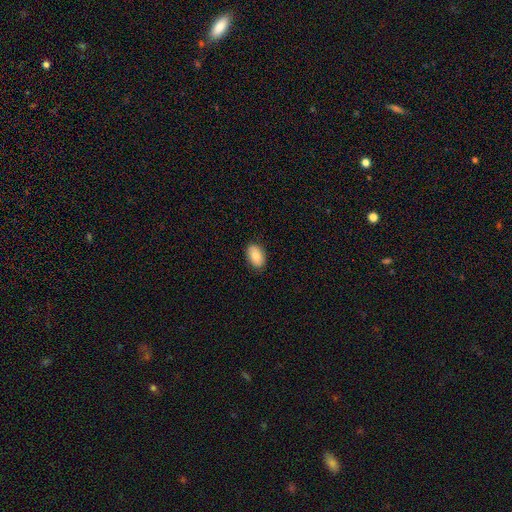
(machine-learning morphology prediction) Overall: smooth (86%). How rounded: in between (91%). Merging: none (86%).